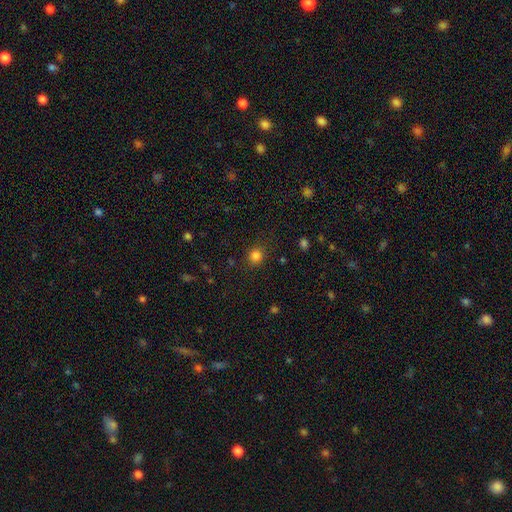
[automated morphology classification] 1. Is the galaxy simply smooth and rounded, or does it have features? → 82% smooth, 13% star or artifact, 4% featured or disk.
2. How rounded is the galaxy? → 85% round, 14% in between, 1% cigar-shaped.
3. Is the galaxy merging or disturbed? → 86% none, 9% minor disturbance, 3% major disturbance, 1% merger.